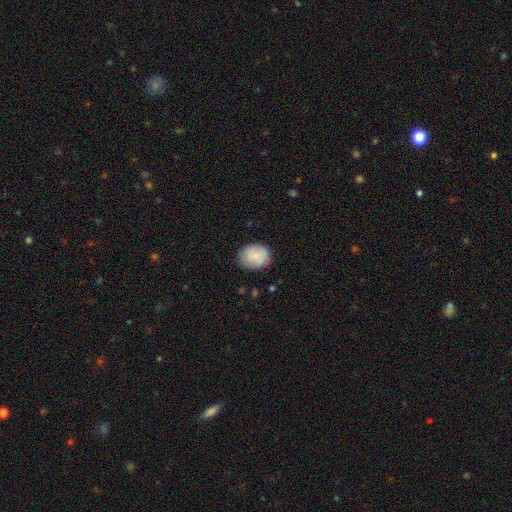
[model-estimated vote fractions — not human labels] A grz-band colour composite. It shows a smooth galaxy with no disk features (81%) that is round (51%). Merging: none (79%).